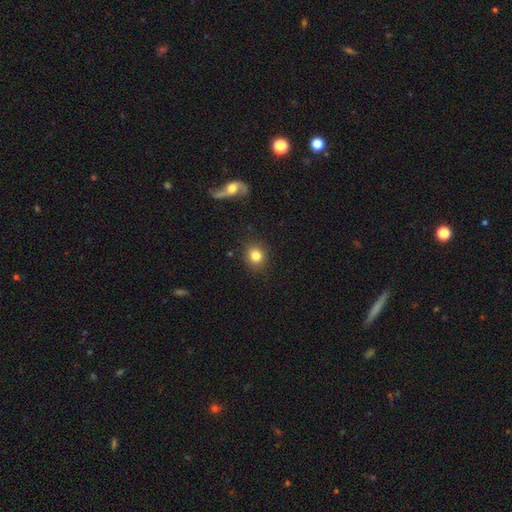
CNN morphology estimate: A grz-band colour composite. It shows a smooth galaxy with no disk features (83%) that is round (82%). Merging: none (89%).